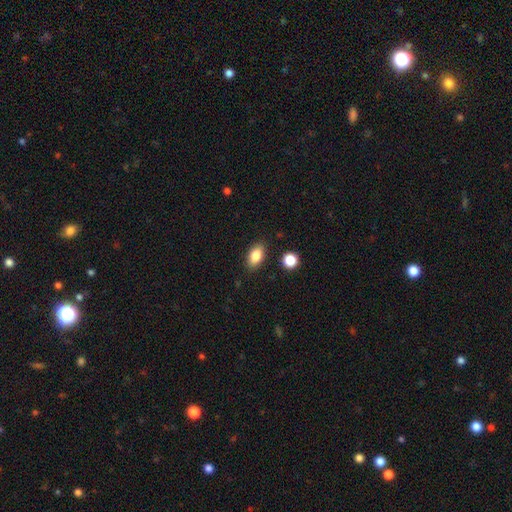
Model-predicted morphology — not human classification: smooth_or_featured: smooth (p=0.84) [alt: featured or disk p=0.08]
how_rounded: in between (p=0.88) [alt: round p=0.07]
merging: none (p=0.87) [alt: minor disturbance p=0.09]